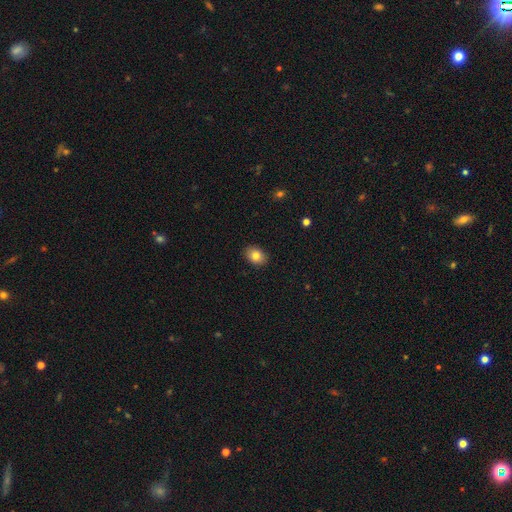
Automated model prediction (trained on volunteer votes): A smooth galaxy with no disk features (83%) that is in between round and cigar-shaped (64%). Merging: none (90%).